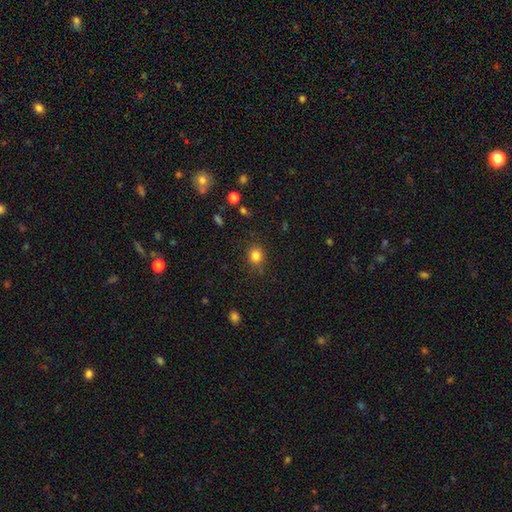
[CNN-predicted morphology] smooth-or-featured: smooth: 82% | star or artifact: 12% | featured or disk: 5%
  how-rounded: round: 75% | in between: 24% | cigar-shaped: 1%
  merging: none: 82% | minor disturbance: 13% | major disturbance: 4% | merger: 2%